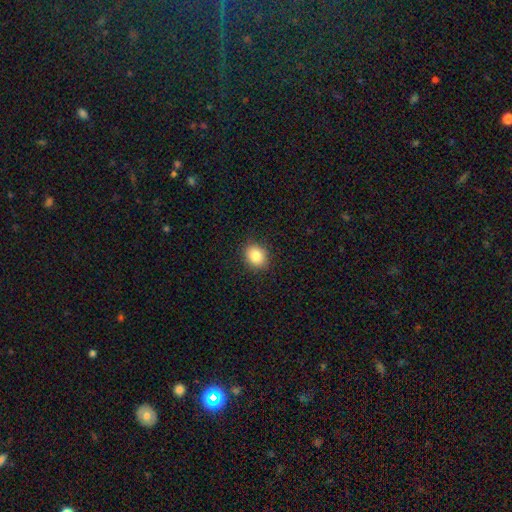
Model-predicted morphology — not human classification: smooth-or-featured: smooth: 86% | star or artifact: 9% | featured or disk: 5%
  how-rounded: round: 55% | in between: 44% | cigar-shaped: 1%
  merging: none: 88% | minor disturbance: 8% | major disturbance: 2% | merger: 1%